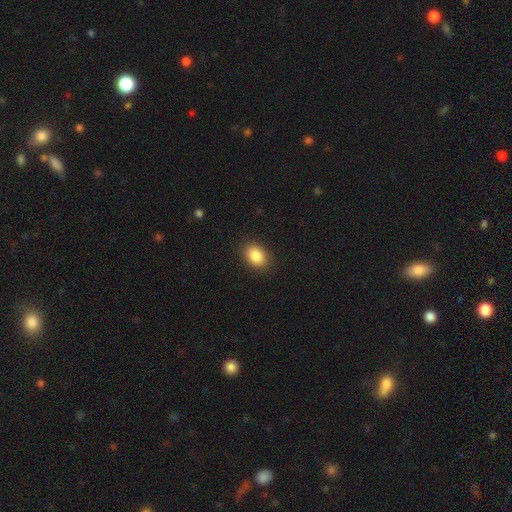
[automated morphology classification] The model was most divided on "how rounded": in between: 71%, round: 28%, cigar-shaped: 1%. More confident: merging — none (89%); smooth or featured — smooth (87%).